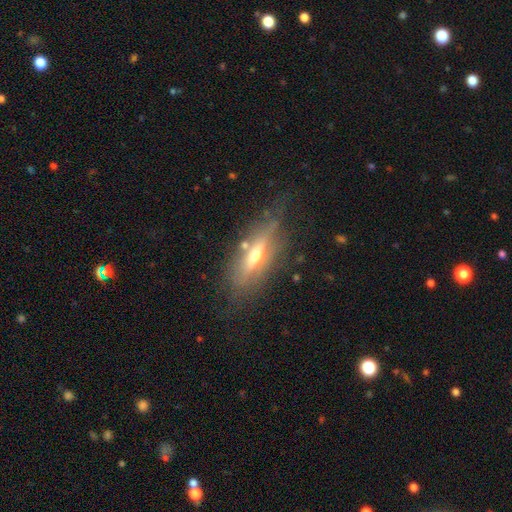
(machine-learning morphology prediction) Smooth or featured: featured or disk — 63% (smooth — 30%)
Edge-on disk: yes — 83% (no — 17%)
Edge-on bulge: rounded — 91% (none — 5%)
Merging: none — 69% (minor disturbance — 19%)